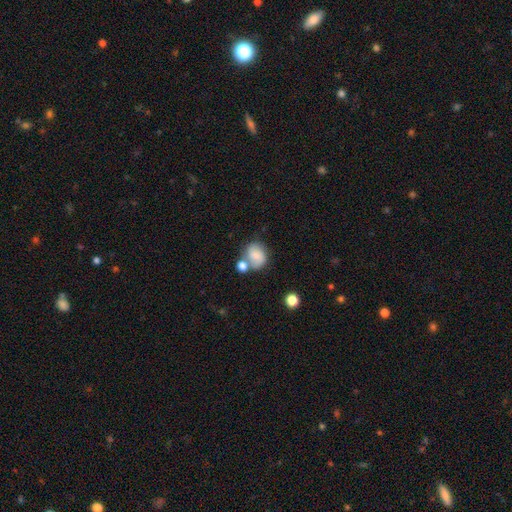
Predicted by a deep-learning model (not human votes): Overall: smooth (70%). How rounded: round (56%; in between 42%). Merging: none (43%; merger 31%).